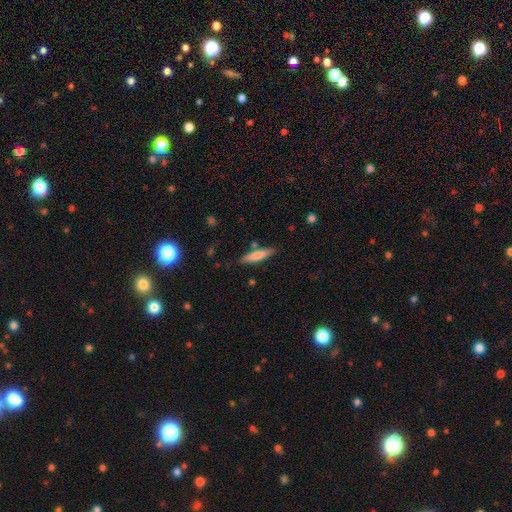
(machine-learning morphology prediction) Q: Smooth or featured?
A: smooth (76%); runner-up: featured or disk (18%)
Q: How rounded?
A: cigar-shaped (82%); runner-up: in between (17%)
Q: Merging?
A: none (81%); runner-up: minor disturbance (12%)